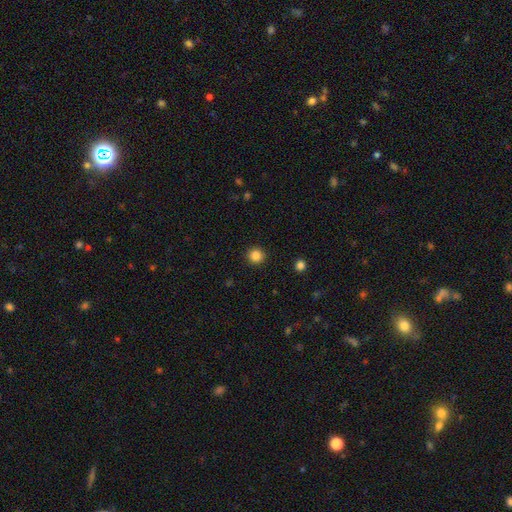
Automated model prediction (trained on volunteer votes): A smooth galaxy with no disk features (85%) that is round (94%).

Vote fractions:
- Smooth or featured? smooth: 85% / star or artifact: 11% / featured or disk: 3%
- How rounded? round: 94% / in between: 5% / cigar-shaped: 1%
- Merging? none: 92% / minor disturbance: 5% / major disturbance: 2% / merger: 1%